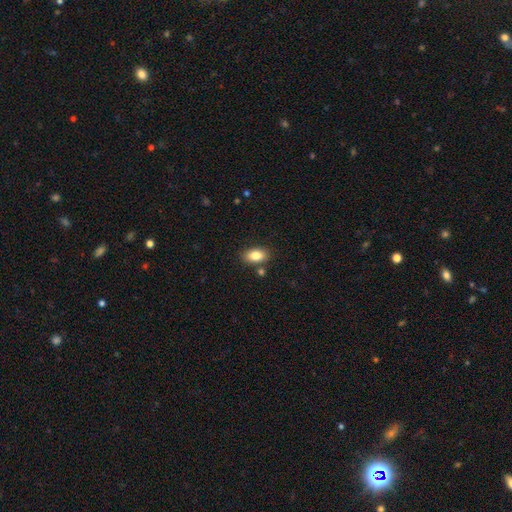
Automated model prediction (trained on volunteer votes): Smooth or featured? Predicted: smooth (p=0.84). How rounded? Predicted: in between (p=0.90). Merging? Predicted: none (p=0.82).